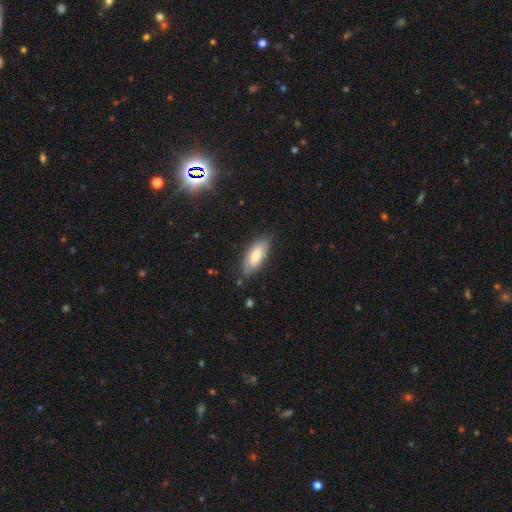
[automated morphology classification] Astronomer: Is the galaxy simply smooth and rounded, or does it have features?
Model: smooth — 78%.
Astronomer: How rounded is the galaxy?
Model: in between — 79%.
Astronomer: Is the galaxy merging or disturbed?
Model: none — 78%.